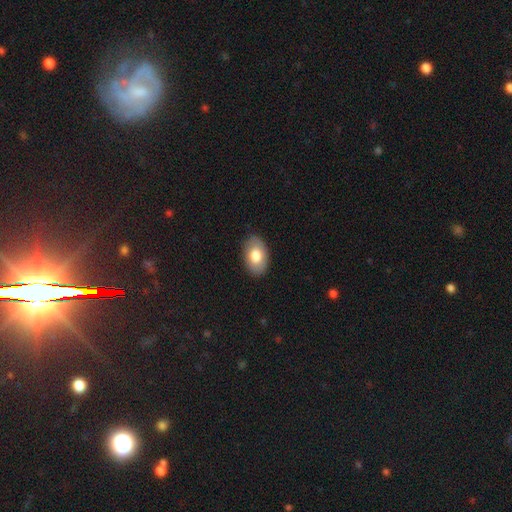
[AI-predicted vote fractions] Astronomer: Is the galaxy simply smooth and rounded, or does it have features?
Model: smooth — 77%.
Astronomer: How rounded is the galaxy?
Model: in between — 91%.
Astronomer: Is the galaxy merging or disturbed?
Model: none — 88%.